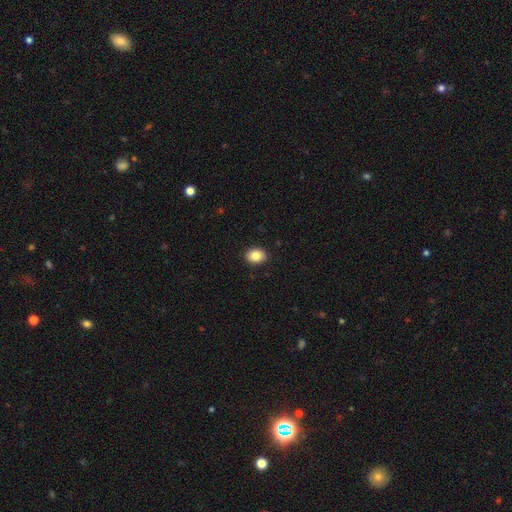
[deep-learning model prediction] Smooth or featured: smooth — 85% (star or artifact — 9%)
How rounded: in between — 53% (round — 46%)
Merging: none — 91% (minor disturbance — 7%)